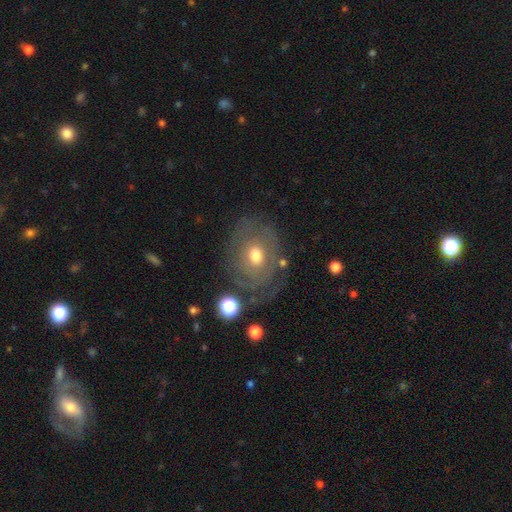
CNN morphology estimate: A featured or disk galaxy (49%).

Vote fractions:
- Smooth or featured? featured or disk: 49% / smooth: 41% / star or artifact: 9%
- Merging? none: 66% / minor disturbance: 18% / major disturbance: 13% / merger: 4%